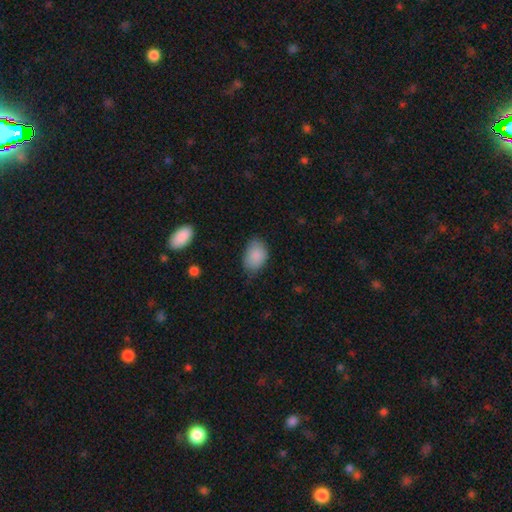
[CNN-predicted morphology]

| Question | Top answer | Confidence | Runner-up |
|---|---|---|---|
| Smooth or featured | smooth | 87% | star or artifact (7%) |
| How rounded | in between | 84% | round (15%) |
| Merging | none | 63% | minor disturbance (30%) |